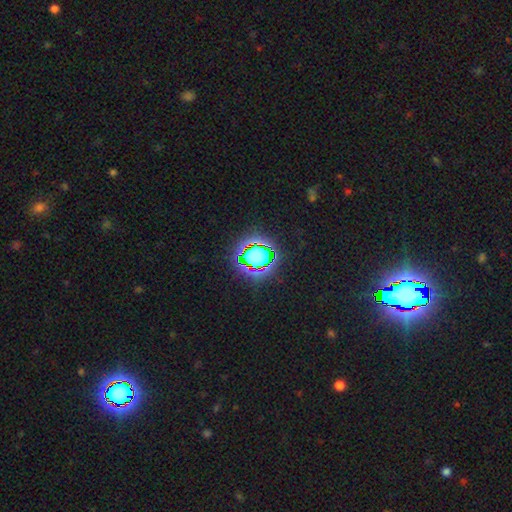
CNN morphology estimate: Smooth or featured: star or artifact — 59% (smooth — 28%)